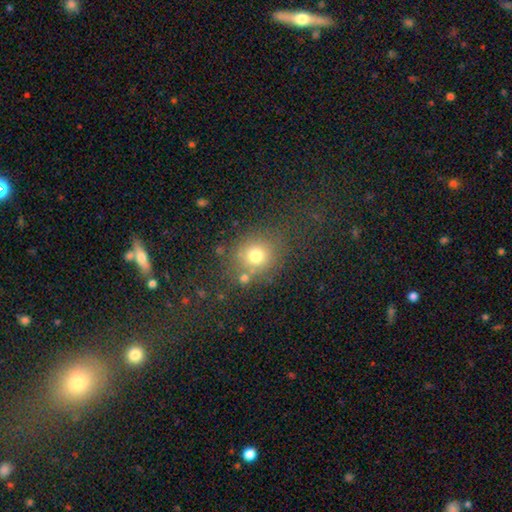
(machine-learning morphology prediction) A smooth galaxy with no disk features (73%) that is round (81%).

Vote fractions:
- Smooth or featured? smooth: 73% / star or artifact: 16% / featured or disk: 11%
- How rounded? round: 81% / in between: 18% / cigar-shaped: 1%
- Merging? none: 71% / minor disturbance: 13% / merger: 9% / major disturbance: 7%